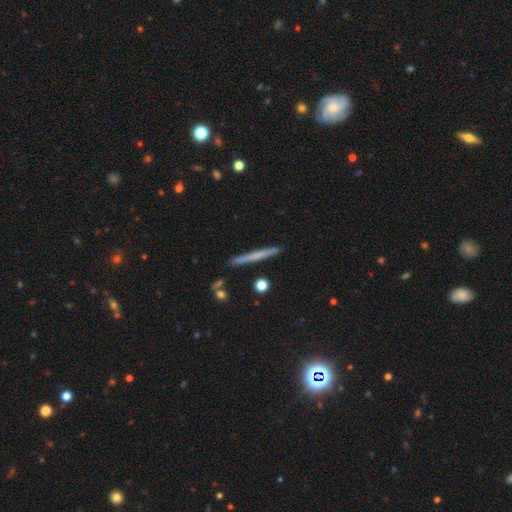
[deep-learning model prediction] smooth-or-featured: smooth: 50% | featured or disk: 43% | star or artifact: 7%
  how-rounded: cigar-shaped: 96% | in between: 2% | round: 2%
  merging: none: 90% | minor disturbance: 6% | merger: 2% | major disturbance: 1%